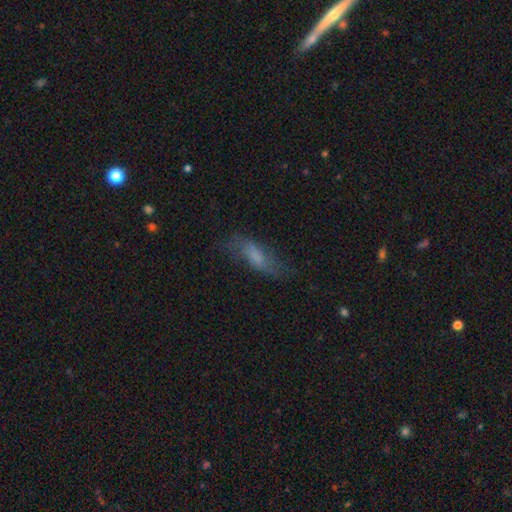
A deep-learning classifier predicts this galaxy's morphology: This is possibly a smooth galaxy (55%). How rounded: possibly in between (57%). Merging: possibly none (59%).